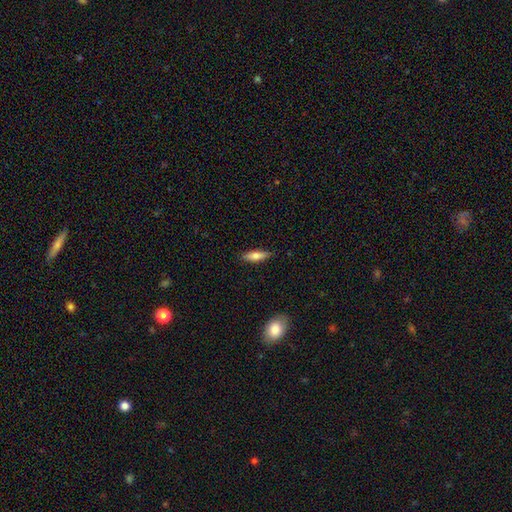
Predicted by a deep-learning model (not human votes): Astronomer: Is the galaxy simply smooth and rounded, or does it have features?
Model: smooth — 70%.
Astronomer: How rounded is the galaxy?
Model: cigar-shaped — 52% (runner-up: in between, 45%).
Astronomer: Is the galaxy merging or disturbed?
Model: none — 86%.